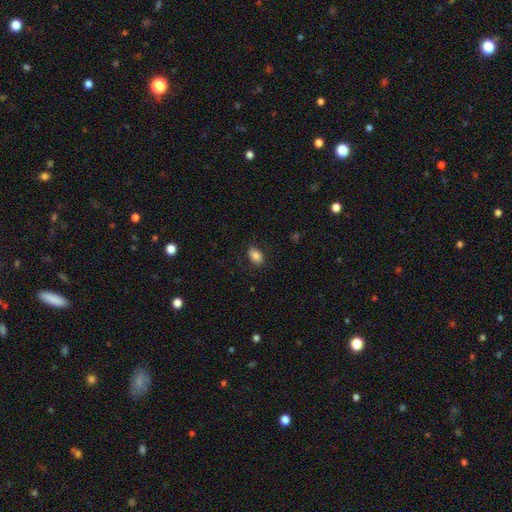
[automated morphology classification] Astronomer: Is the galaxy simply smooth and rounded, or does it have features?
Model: smooth — 83%.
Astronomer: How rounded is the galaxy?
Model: in between — 84%.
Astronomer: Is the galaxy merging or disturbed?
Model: none — 80%.